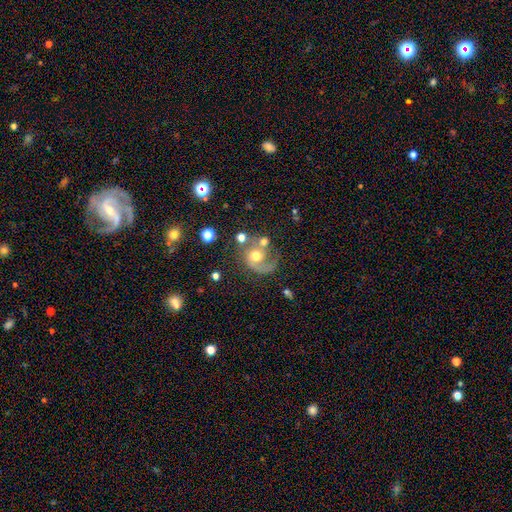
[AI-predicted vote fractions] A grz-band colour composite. It shows a featured or disk galaxy (68%) with no bar (73%), 1 (60%) medium (43%) spiral arms (87%) and a moderate central bulge (66%). Merging: none (39%).